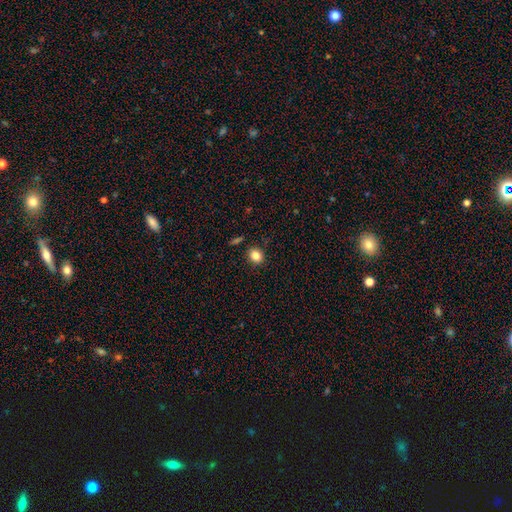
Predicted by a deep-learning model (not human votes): Smooth or featured? Predicted: smooth (p=0.83). How rounded? Predicted: round (p=0.70). Merging? Predicted: none (p=0.88).